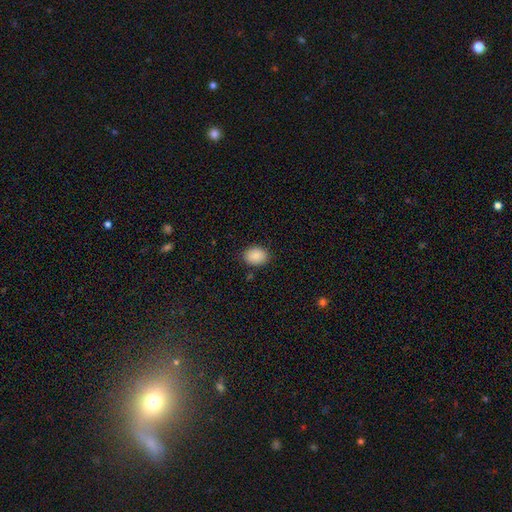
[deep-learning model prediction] Morphology: type=smooth (88%); roundness=in between (67%); merging=none (87%).